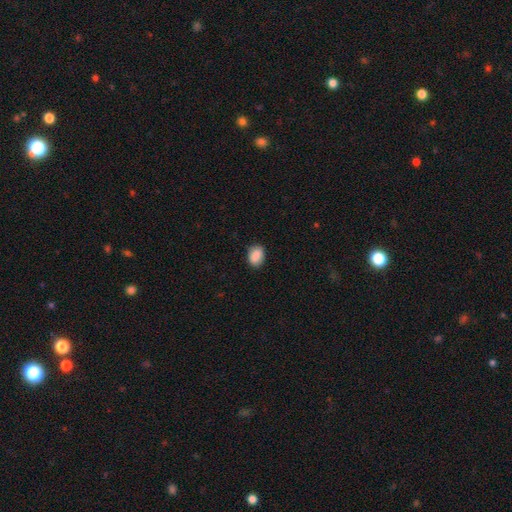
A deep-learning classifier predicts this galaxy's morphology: Q: Smooth or featured?
A: smooth (87%); runner-up: star or artifact (8%)
Q: How rounded?
A: in between (78%); runner-up: round (21%)
Q: Merging?
A: none (84%); runner-up: minor disturbance (12%)